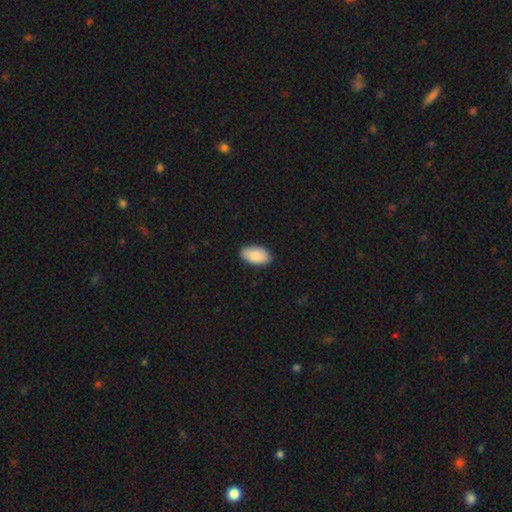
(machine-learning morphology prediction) type=smooth (88%); roundness=in between (95%); merging=none (88%).